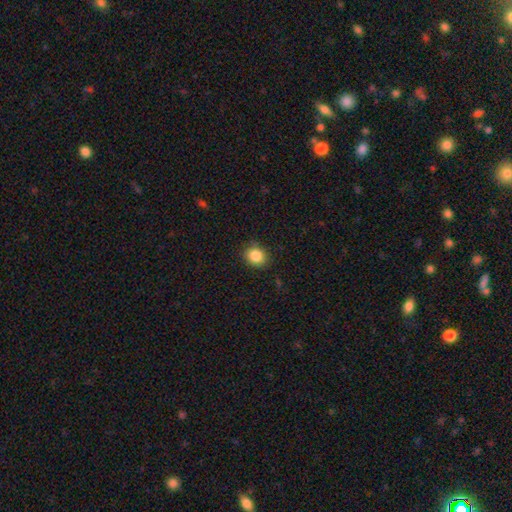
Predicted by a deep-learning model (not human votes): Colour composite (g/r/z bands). It shows a smooth galaxy with no disk features (86%) that is round (70%). Merging: none (85%).